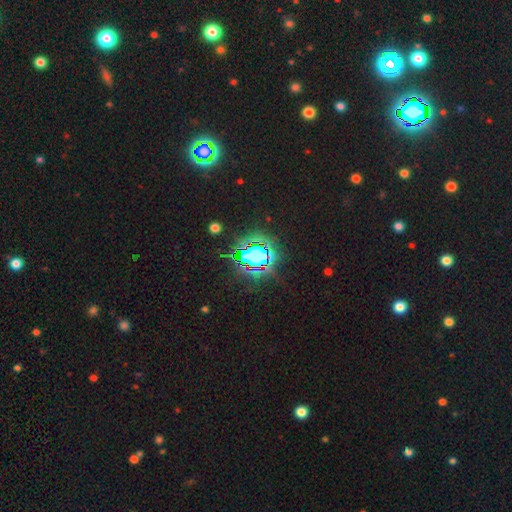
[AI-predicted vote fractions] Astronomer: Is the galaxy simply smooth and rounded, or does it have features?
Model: star or artifact — 71%.